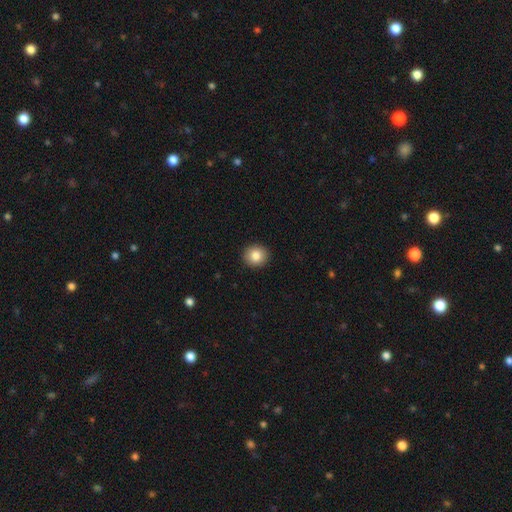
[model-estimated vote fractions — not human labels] Smooth or featured: smooth — 84% (star or artifact — 9%)
How rounded: round — 83% (in between — 16%)
Merging: none — 92% (minor disturbance — 5%)